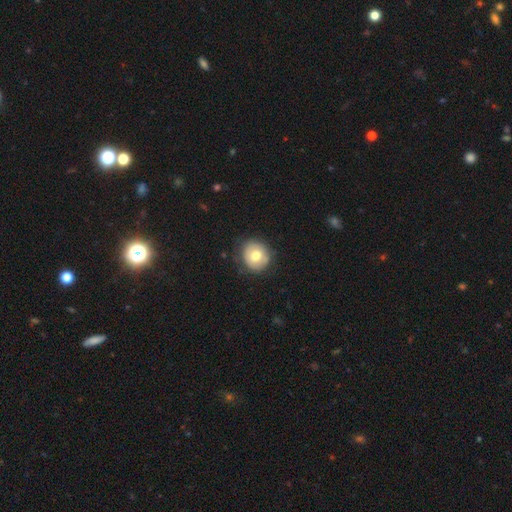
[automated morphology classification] A smooth galaxy with no disk features (68%) that is round (83%). Merging: none (81%).